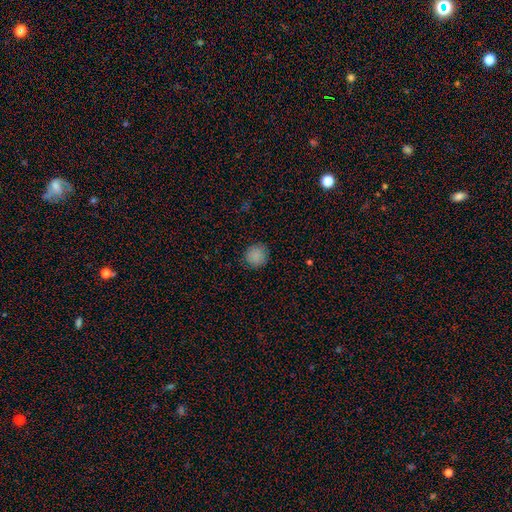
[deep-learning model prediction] This is clearly a smooth galaxy (87%). How rounded: clearly round (91%). Merging: clearly none (89%).